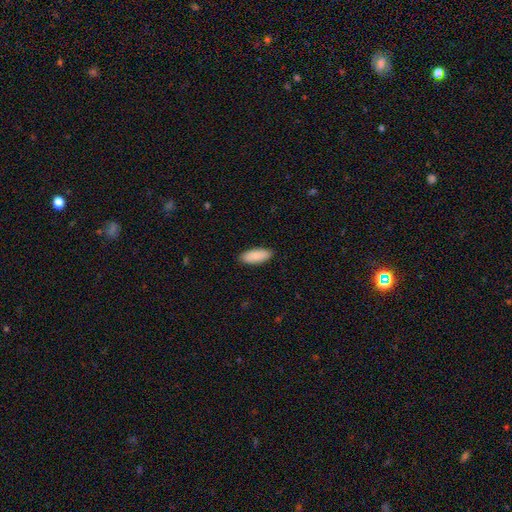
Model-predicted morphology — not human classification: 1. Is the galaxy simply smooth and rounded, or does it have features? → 89% smooth, 5% featured or disk, 5% star or artifact.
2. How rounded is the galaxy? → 83% in between, 16% cigar-shaped, 2% round.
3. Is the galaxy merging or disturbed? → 90% none, 8% minor disturbance, 2% major disturbance, 1% merger.